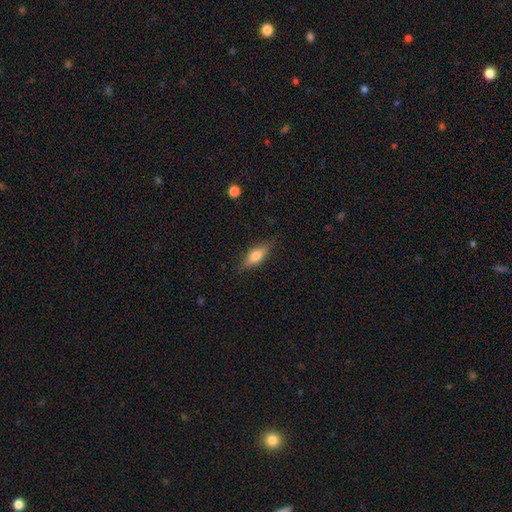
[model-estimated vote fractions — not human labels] This is likely a smooth galaxy (64%). How rounded: likely in between (61%). Merging: clearly none (83%).